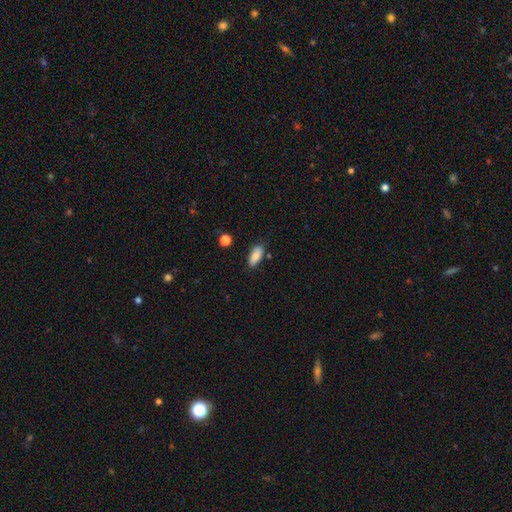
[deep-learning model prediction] Morphology: type=smooth (83%); roundness=in between (84%); merging=none (79%).